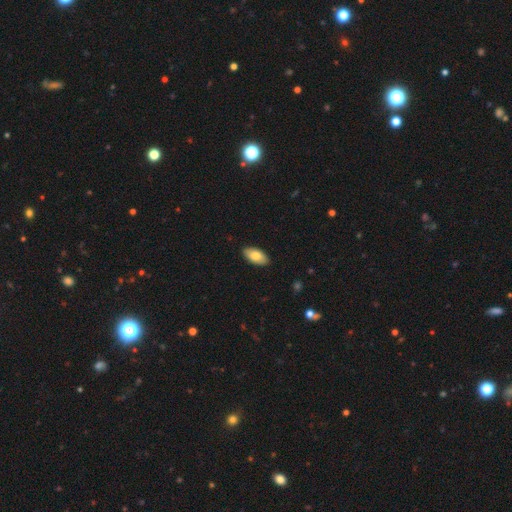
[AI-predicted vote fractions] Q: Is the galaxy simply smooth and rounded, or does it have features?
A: smooth — 79%.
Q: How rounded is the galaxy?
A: in between — 94%.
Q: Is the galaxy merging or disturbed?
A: none — 89%.